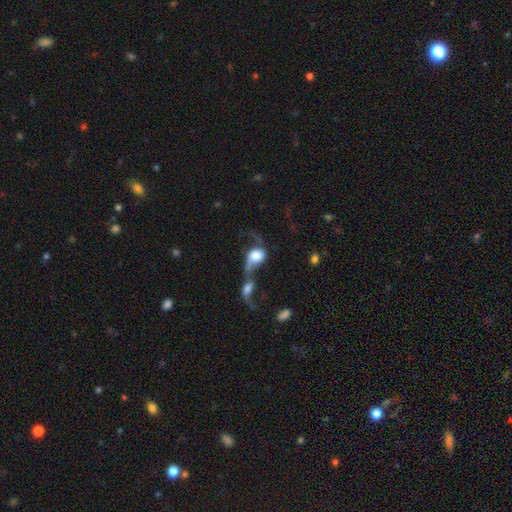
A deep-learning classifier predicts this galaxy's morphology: Smooth or featured: featured or disk — 49% (smooth — 42%)
Merging: merger — 75% (major disturbance — 12%)